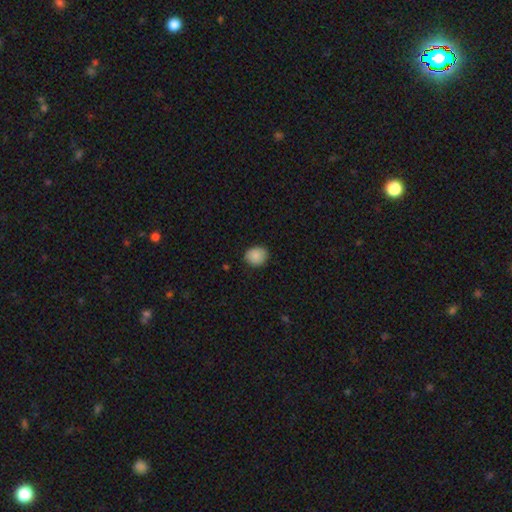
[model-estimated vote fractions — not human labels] smooth 87%, star or artifact 8%, featured or disk 5%. Down the decision tree: how rounded — round (68%); merging — none (85%).